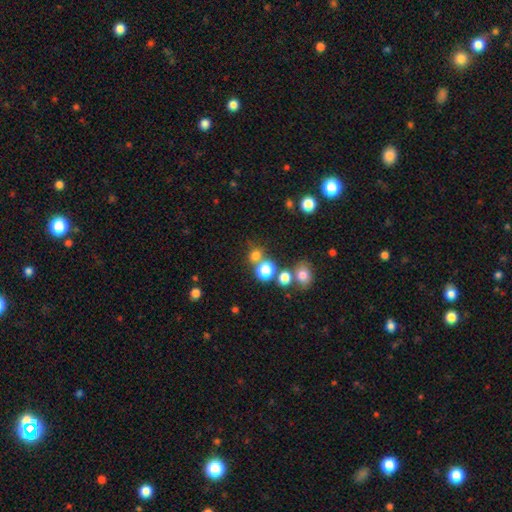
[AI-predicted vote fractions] Overall: smooth (72%). How rounded: round (85%). Merging: none (64%).